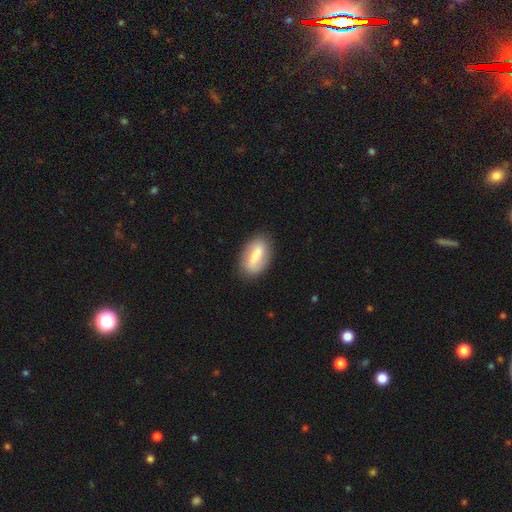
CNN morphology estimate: Smooth or featured? Predicted: smooth (p=0.64). How rounded? Predicted: in between (p=0.89). Merging? Predicted: none (p=0.85).